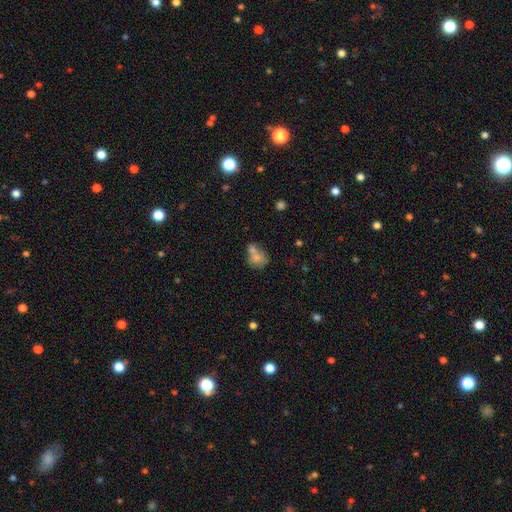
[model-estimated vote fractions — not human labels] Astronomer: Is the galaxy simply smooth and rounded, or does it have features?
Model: smooth — 72%.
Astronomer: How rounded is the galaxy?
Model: round — 56% (runner-up: in between, 43%).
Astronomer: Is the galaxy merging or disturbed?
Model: merger — 53% (runner-up: none, 29%).